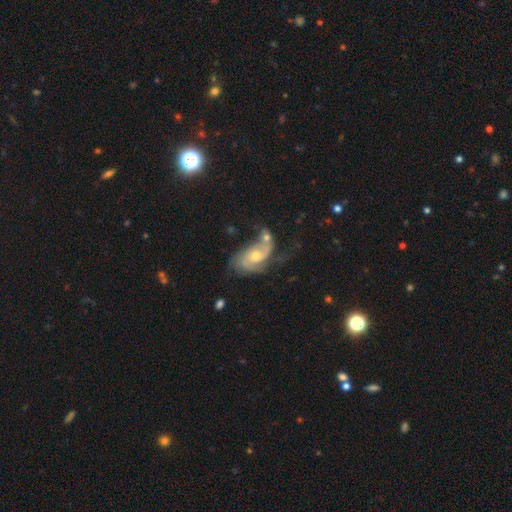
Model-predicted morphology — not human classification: featured or disk 78%, smooth 16%, star or artifact 6%. Down the decision tree: edge-on disk — no (97%); bar — no (67%); spiral arms — yes (92%); spiral arm count — 2 (62%); spiral winding — medium (46%); bulge size — small (48%); merging — merger (33%).